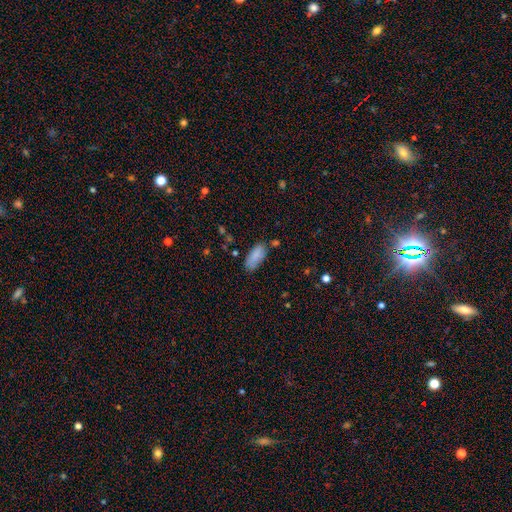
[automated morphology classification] A smooth galaxy with no disk features (84%) that is in between round and cigar-shaped (84%). Merging: none (67%).